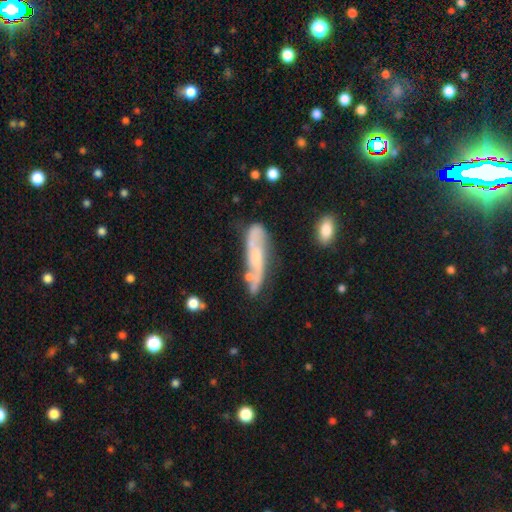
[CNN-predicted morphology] Q: Smooth or featured?
A: featured or disk (69%); runner-up: smooth (24%)
Q: Edge-on disk?
A: no (75%); runner-up: yes (25%)
Q: Bar?
A: no (51%); runner-up: weak (37%)
Q: Spiral arms?
A: yes (90%); runner-up: no (10%)
Q: Bulge size?
A: small (45%); runner-up: moderate (26%)
Q: Merging?
A: none (64%); runner-up: minor disturbance (22%)